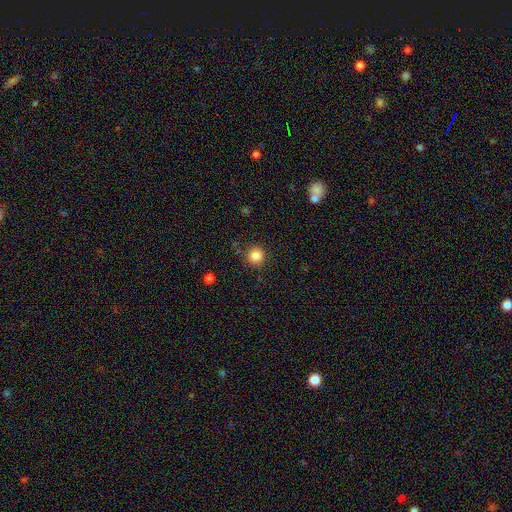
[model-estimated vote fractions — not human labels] Q: Smooth or featured?
A: smooth (84%); runner-up: star or artifact (11%)
Q: How rounded?
A: round (94%); runner-up: in between (5%)
Q: Merging?
A: none (88%); runner-up: minor disturbance (8%)